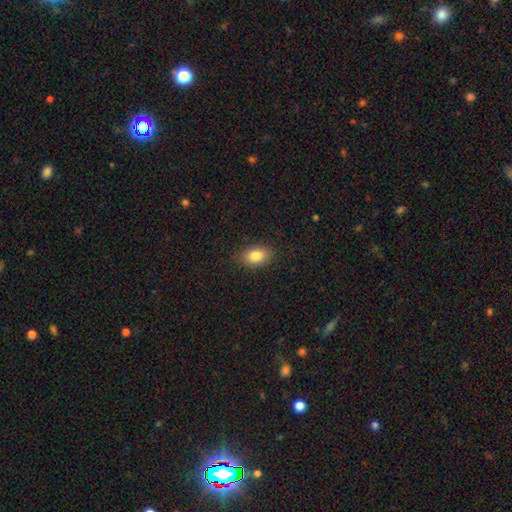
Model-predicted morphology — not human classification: Smooth or featured?
  - smooth: 83% *
  - star or artifact: 9%
  - featured or disk: 8%
How rounded?
  - in between: 84% *
  - round: 15%
  - cigar-shaped: 2%
Merging?
  - none: 87% *
  - minor disturbance: 10%
  - major disturbance: 3%
  - merger: 1%